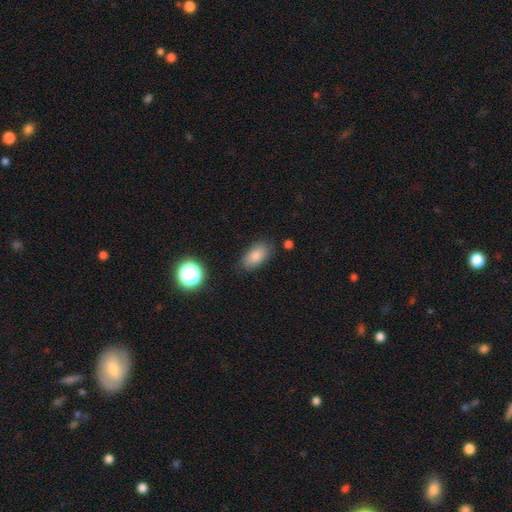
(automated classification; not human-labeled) Q: Smooth or featured?
A: smooth (82%); runner-up: star or artifact (10%)
Q: How rounded?
A: in between (90%); runner-up: round (6%)
Q: Merging?
A: none (81%); runner-up: minor disturbance (13%)